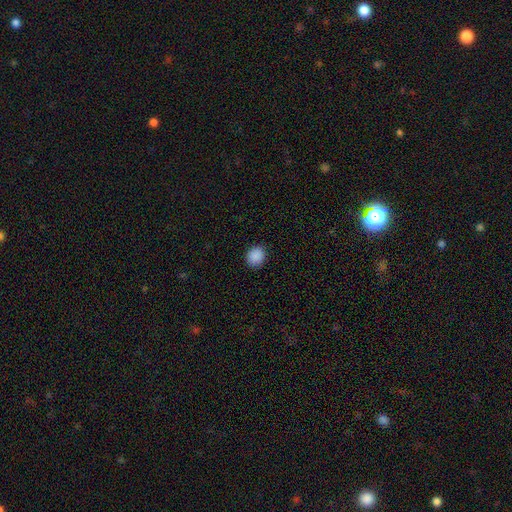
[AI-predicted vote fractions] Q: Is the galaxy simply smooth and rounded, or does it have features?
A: smooth — 89%.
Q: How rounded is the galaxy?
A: round — 73%.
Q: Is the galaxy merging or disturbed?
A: none — 89%.